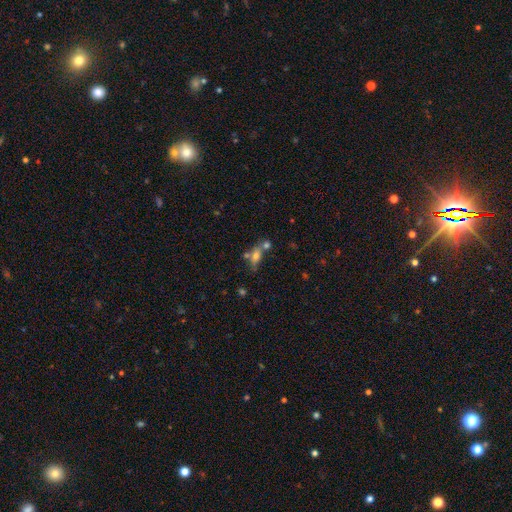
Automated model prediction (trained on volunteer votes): A smooth galaxy with no disk features (61%) that is in between round and cigar-shaped (67%). Merging: none (39%, tied with merger).